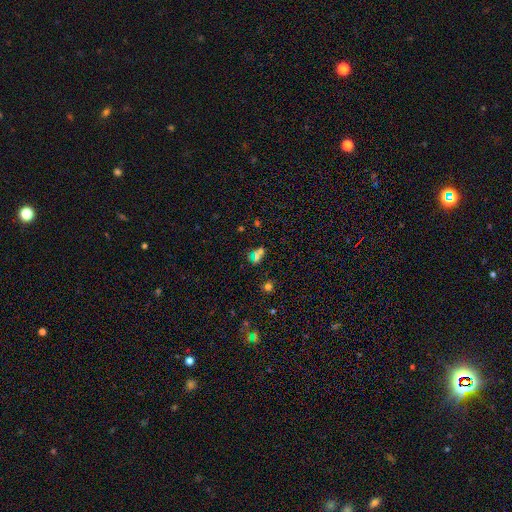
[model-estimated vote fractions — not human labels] A smooth galaxy with no disk features (44%).

Vote fractions:
- Smooth or featured? smooth: 44% / star or artifact: 39% / featured or disk: 17%
- Merging? none: 59% / merger: 22% / minor disturbance: 11% / major disturbance: 7%